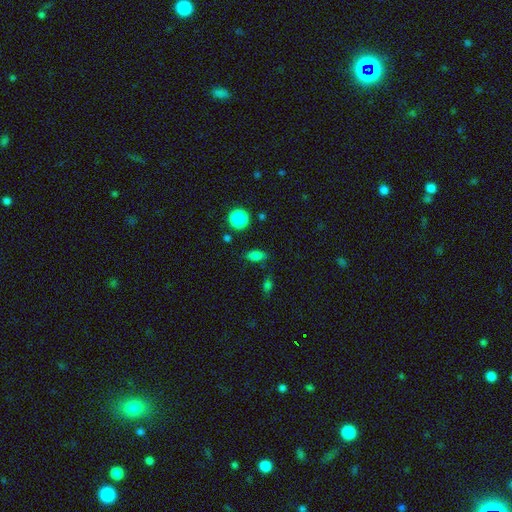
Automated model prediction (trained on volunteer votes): Overall: smooth (78%). How rounded: in between (78%). Merging: none (78%).